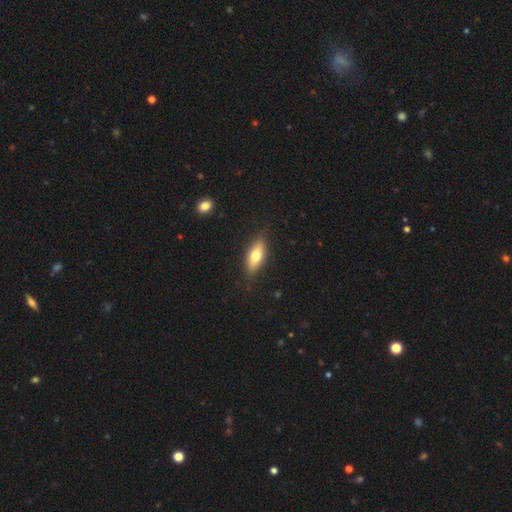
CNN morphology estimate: Smooth or featured?
  - smooth: 67% *
  - featured or disk: 27%
  - star or artifact: 7%
How rounded?
  - in between: 71% *
  - cigar-shaped: 26%
  - round: 3%
Merging?
  - none: 84% *
  - minor disturbance: 12%
  - major disturbance: 3%
  - merger: 1%